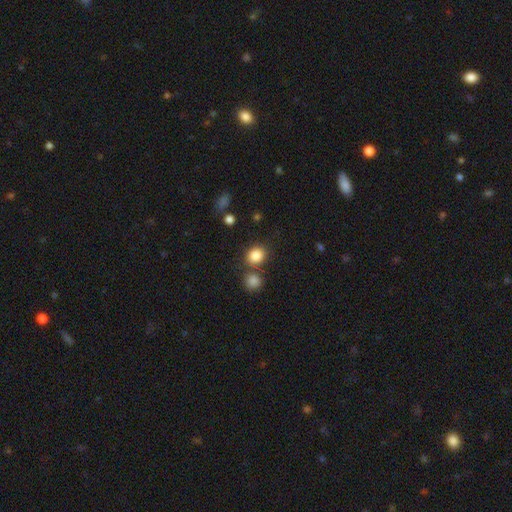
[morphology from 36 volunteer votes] A smooth galaxy with no disk features (92%) that is round (85%).

Vote fractions:
- Smooth or featured? smooth: 92% / featured or disk: 6% / star or artifact: 3%
- How rounded? round: 85% / in between: 15% / cigar-shaped: 0%
- Merging? none: 74% / merger: 11% / minor disturbance: 9% / major disturbance: 6%